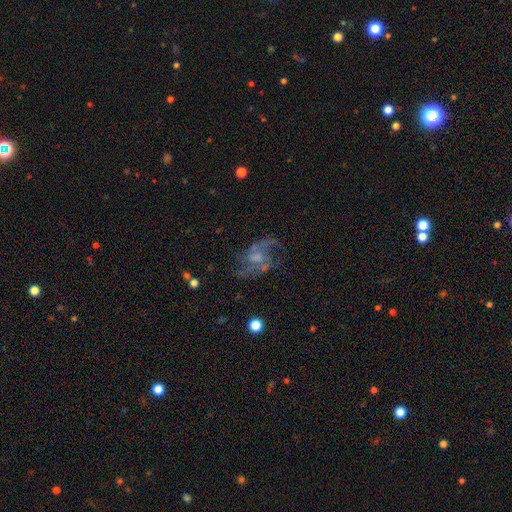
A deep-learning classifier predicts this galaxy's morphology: A featured or disk galaxy (72%) with no bar (60%), 2 (49%) medium (43%) spiral arms (80%) and a small central bulge (37%). Merging: none (57%).